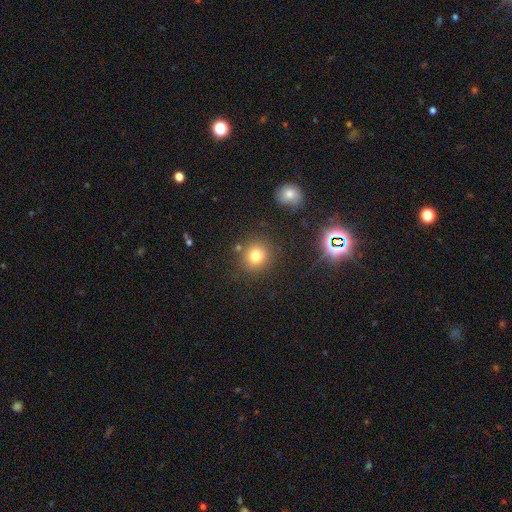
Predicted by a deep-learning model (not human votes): smooth_or_featured: smooth (p=0.77) [alt: star or artifact p=0.15]
how_rounded: round (p=0.88) [alt: in between p=0.11]
merging: none (p=0.82) [alt: minor disturbance p=0.09]